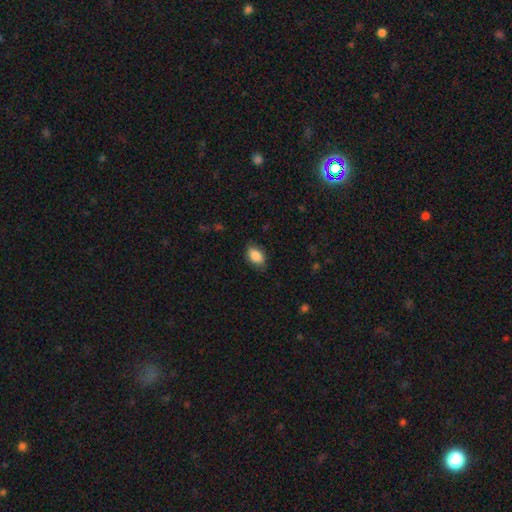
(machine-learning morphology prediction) A smooth galaxy with no disk features (87%) that is in between round and cigar-shaped (90%). Merging: none (80%).